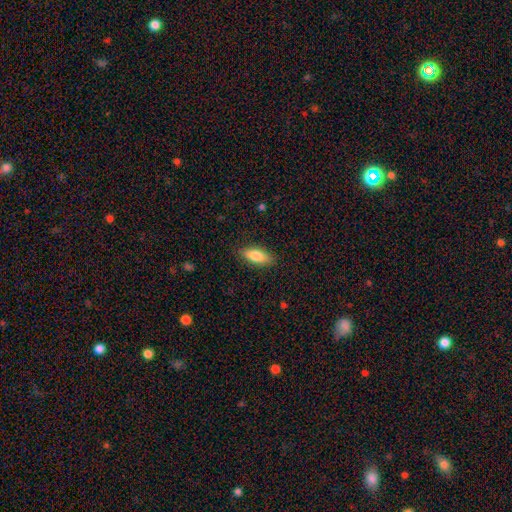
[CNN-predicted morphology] Smooth or featured? smooth (79%)
How rounded? in between (72%)
Merging? none (87%)